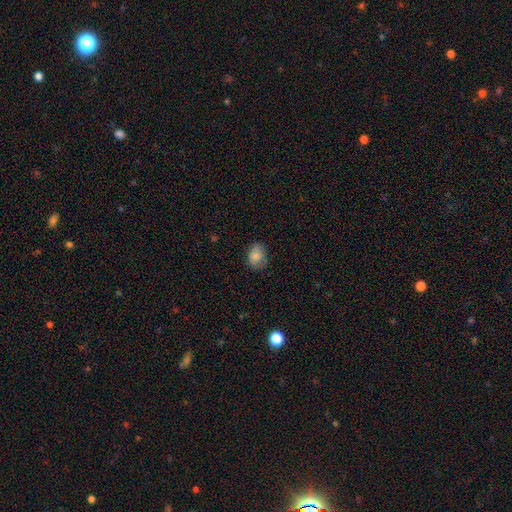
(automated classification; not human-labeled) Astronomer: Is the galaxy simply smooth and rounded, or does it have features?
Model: smooth — 81%.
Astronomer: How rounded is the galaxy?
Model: in between — 62% (runner-up: round, 37%).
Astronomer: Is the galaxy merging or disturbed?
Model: none — 70%.